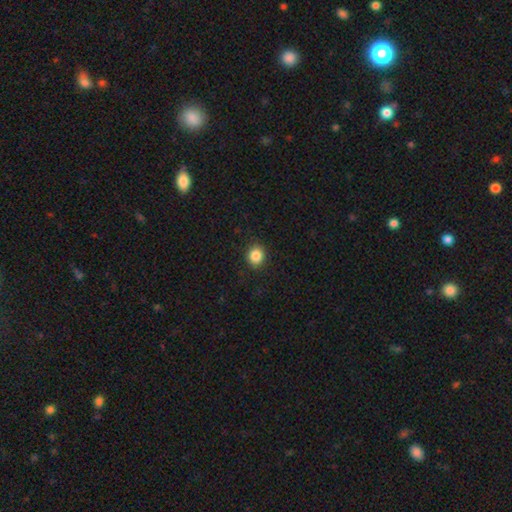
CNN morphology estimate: Smooth or featured: smooth — 86% (star or artifact — 10%)
How rounded: round — 77% (in between — 22%)
Merging: none — 90% (minor disturbance — 7%)